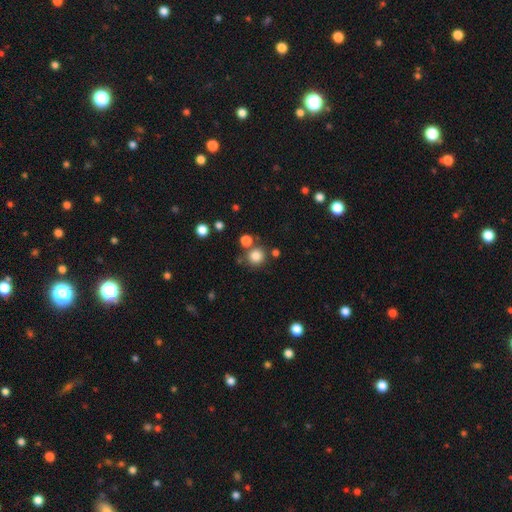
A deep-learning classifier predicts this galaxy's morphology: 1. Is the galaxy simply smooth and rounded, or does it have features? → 82% smooth, 12% star or artifact, 5% featured or disk.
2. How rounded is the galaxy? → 92% round, 7% in between, 1% cigar-shaped.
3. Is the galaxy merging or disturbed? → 76% none, 12% merger, 9% minor disturbance, 3% major disturbance.